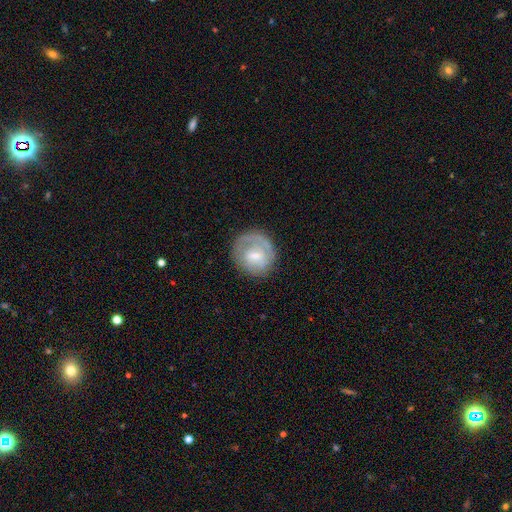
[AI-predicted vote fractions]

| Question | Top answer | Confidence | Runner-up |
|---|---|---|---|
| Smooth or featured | featured or disk | 50% | smooth (44%) |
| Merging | none | 70% | minor disturbance (18%) |